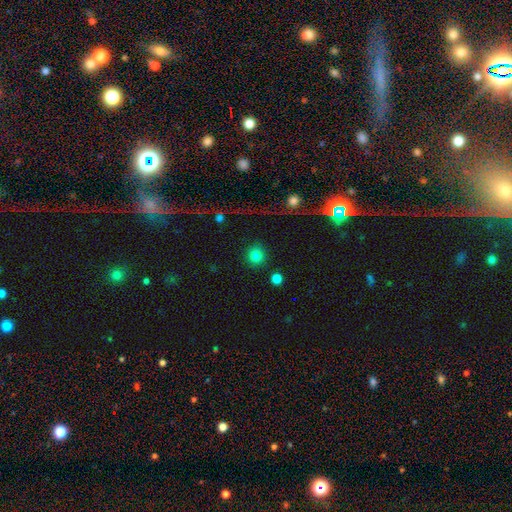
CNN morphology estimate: type=smooth (82%); roundness=round (91%); merging=none (89%).